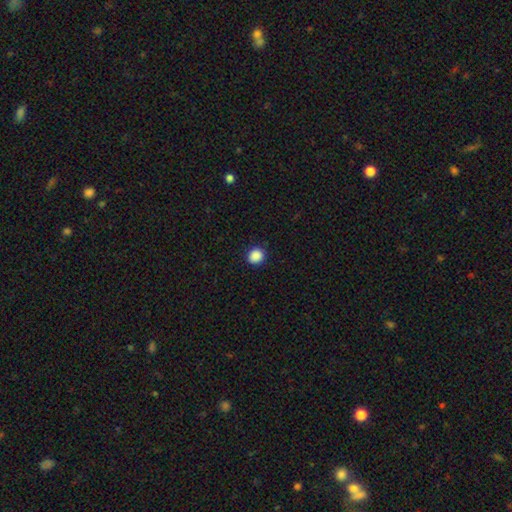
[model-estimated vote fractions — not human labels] Overall: smooth (89%). How rounded: round (84%). Merging: none (90%).